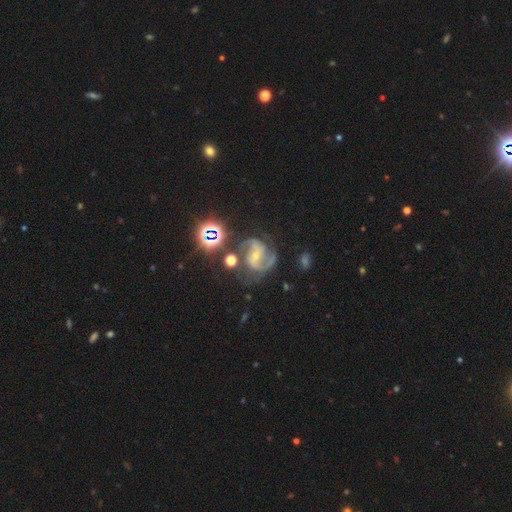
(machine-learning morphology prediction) A featured or disk galaxy (81%) with no bar (45%), 2 (68%) medium (55%) spiral arms (97%) and a small central bulge (66%).

Vote fractions:
- Smooth or featured? featured or disk: 81% / star or artifact: 13% / smooth: 6%
- Edge-on disk? no: 98% / yes: 2%
- Bar? no: 45% / weak: 37% / strong: 18%
- Spiral arms? yes: 97% / no: 3%
- Spiral winding? medium: 55% / tight: 32% / loose: 13%
- Spiral arm count? 2: 68% / 3: 14% / can't tell: 8% / 1: 4% / 4: 3% / more than 4: 3%
- Bulge size? small: 66% / moderate: 30% / none: 2% / large: 1% / dominant: 1%
- Merging? none: 58% / minor disturbance: 21% / major disturbance: 14% / merger: 7%